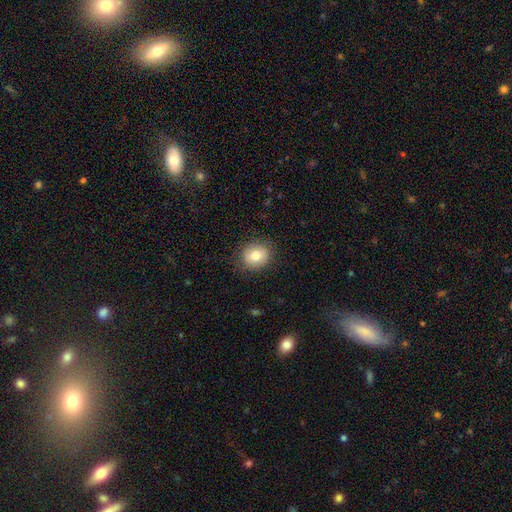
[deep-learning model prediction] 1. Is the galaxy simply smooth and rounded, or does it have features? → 75% smooth, 16% featured or disk, 9% star or artifact.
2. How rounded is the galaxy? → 77% round, 22% in between, 1% cigar-shaped.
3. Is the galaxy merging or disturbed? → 85% none, 10% minor disturbance, 3% major disturbance, 1% merger.